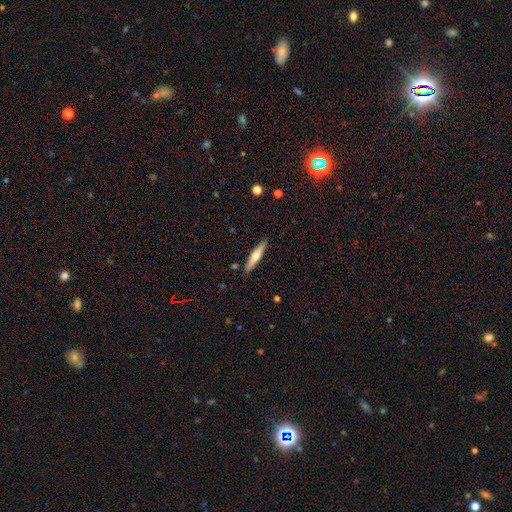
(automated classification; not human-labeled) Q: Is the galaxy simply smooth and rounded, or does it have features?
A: featured or disk — 47%, tied with smooth.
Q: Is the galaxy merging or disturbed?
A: none — 89%.